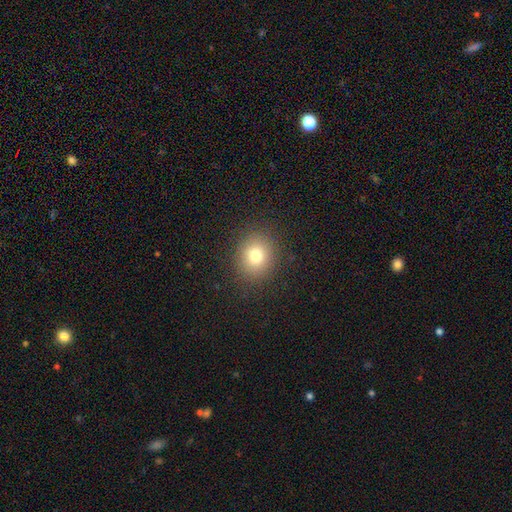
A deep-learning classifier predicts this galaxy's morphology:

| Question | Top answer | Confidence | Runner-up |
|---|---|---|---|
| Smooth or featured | smooth | 77% | star or artifact (14%) |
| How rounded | round | 77% | in between (22%) |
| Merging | none | 89% | minor disturbance (7%) |